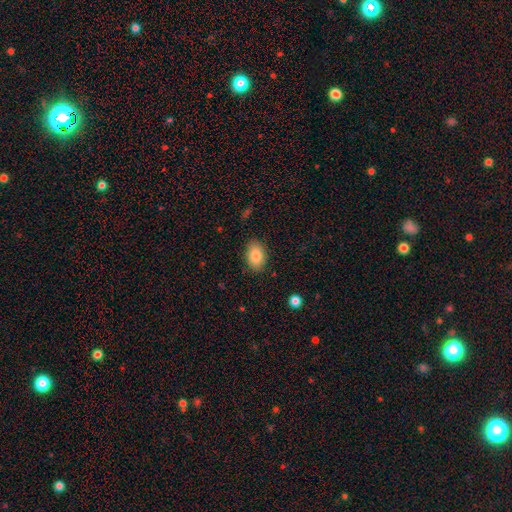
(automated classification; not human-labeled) A smooth galaxy with no disk features (84%) that is in between round and cigar-shaped (87%).

Vote fractions:
- Smooth or featured? smooth: 84% / featured or disk: 8% / star or artifact: 8%
- How rounded? in between: 87% / round: 12% / cigar-shaped: 1%
- Merging? none: 86% / minor disturbance: 10% / major disturbance: 3% / merger: 1%